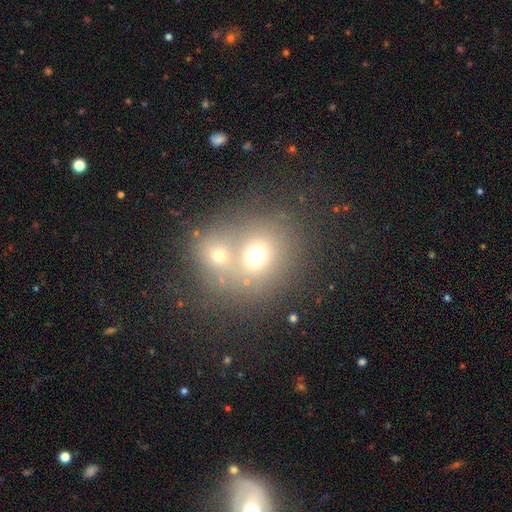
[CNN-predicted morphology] The model was most divided on "merging": merger: 56%, none: 32%, minor disturbance: 7%, major disturbance: 5%. More confident: how rounded — round (72%); smooth or featured — smooth (63%).